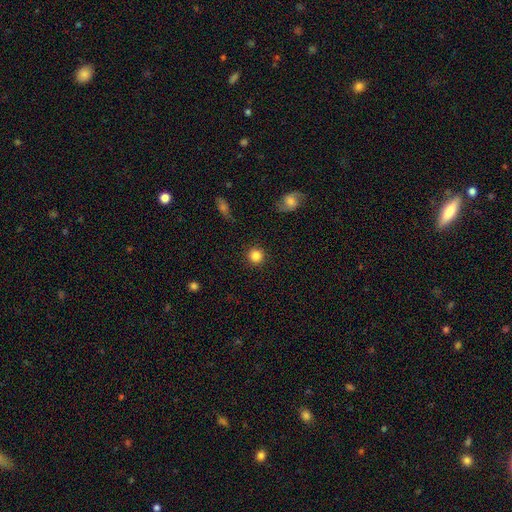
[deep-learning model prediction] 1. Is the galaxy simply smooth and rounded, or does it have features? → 86% smooth, 10% star or artifact, 4% featured or disk.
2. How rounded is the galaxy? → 94% round, 5% in between, 1% cigar-shaped.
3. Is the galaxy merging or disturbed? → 91% none, 6% minor disturbance, 2% major disturbance, 1% merger.